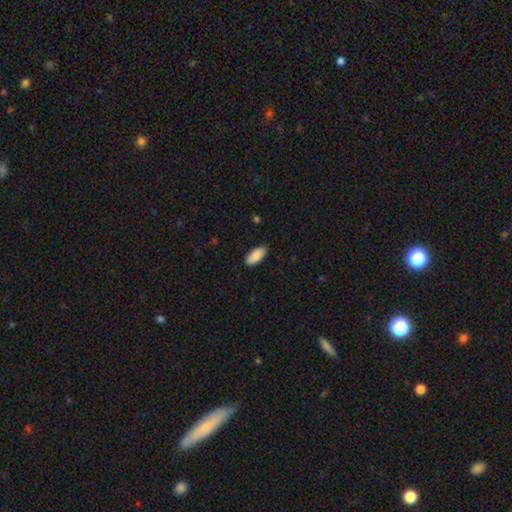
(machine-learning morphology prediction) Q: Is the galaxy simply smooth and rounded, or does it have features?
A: smooth — 89%.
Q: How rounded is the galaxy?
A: in between — 88%.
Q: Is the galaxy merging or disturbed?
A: none — 89%.